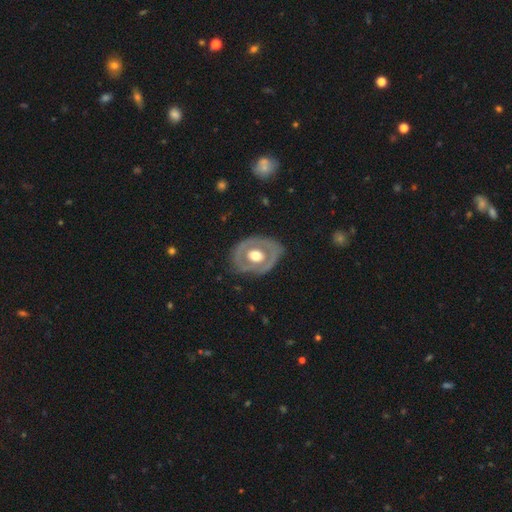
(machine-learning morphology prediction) This appears to be a featured or disk galaxy (62%) with no bar (85%), no spiral arms (83%) and a moderate central bulge (54%). Merging: none (75%).